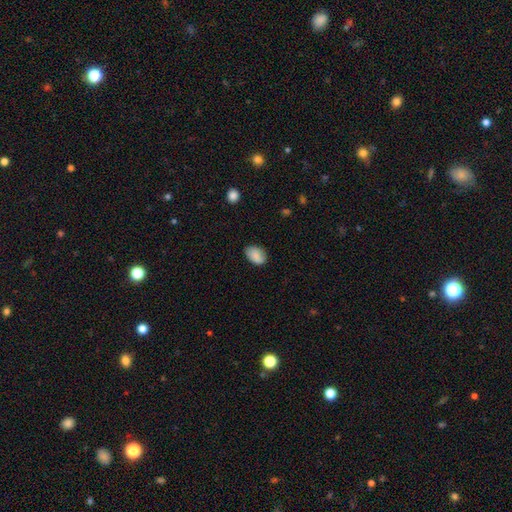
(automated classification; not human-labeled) smooth-or-featured: smooth: 86% | star or artifact: 7% | featured or disk: 7%
  how-rounded: in between: 83% | round: 16% | cigar-shaped: 1%
  merging: none: 76% | minor disturbance: 19% | major disturbance: 4% | merger: 1%